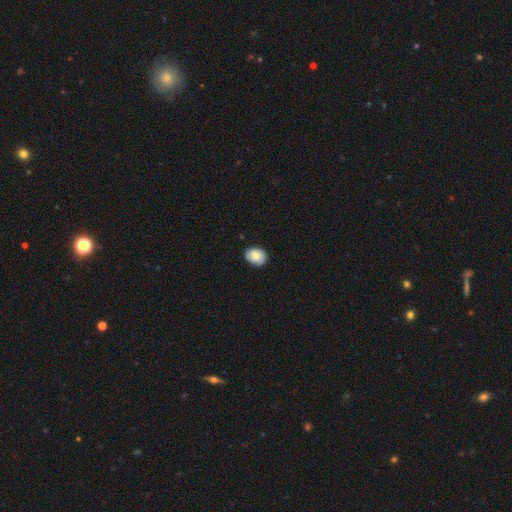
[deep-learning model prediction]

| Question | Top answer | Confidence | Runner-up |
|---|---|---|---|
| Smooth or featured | smooth | 80% | featured or disk (13%) |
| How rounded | in between | 61% | round (38%) |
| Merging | none | 84% | minor disturbance (13%) |